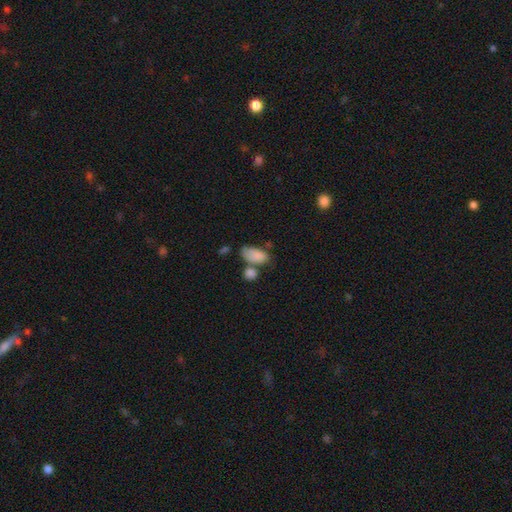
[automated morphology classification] A smooth galaxy with no disk features (84%) that is in between round and cigar-shaped (91%). Merging: none (43%).